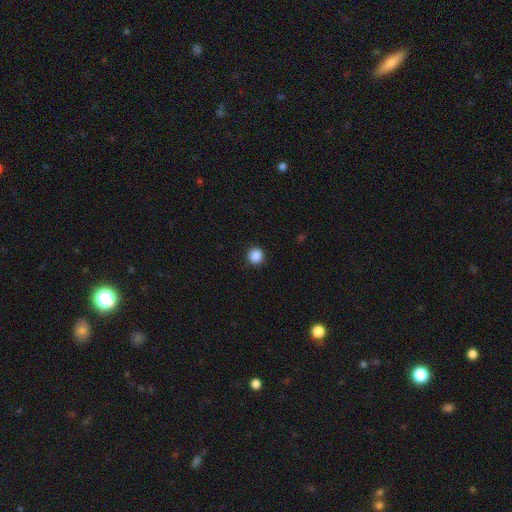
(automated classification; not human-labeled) smooth_or_featured: smooth (p=0.88) [alt: star or artifact p=0.10]
how_rounded: round (p=0.93) [alt: in between p=0.06]
merging: none (p=0.91) [alt: minor disturbance p=0.06]